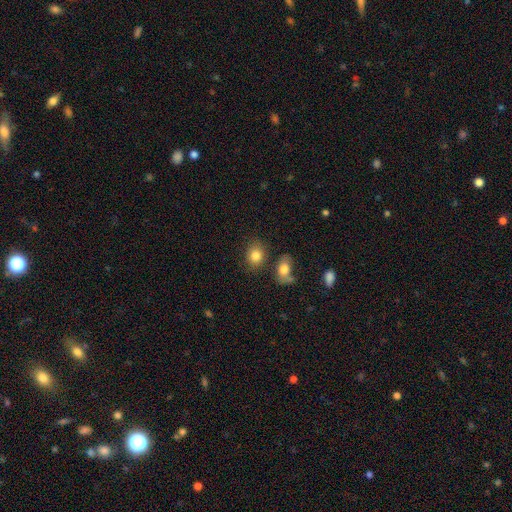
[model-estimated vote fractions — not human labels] smooth_or_featured: smooth (p=0.83) [alt: star or artifact p=0.09]
how_rounded: round (p=0.51) [alt: in between p=0.48]
merging: none (p=0.73) [alt: minor disturbance p=0.13]